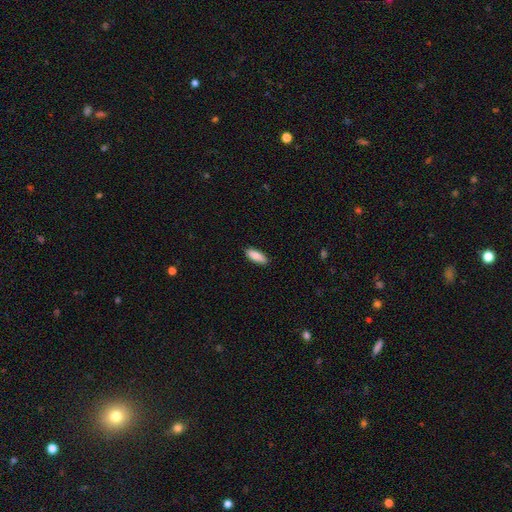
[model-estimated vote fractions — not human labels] A smooth galaxy with no disk features (84%) that is in between round and cigar-shaped (72%).

Vote fractions:
- Smooth or featured? smooth: 84% / featured or disk: 10% / star or artifact: 6%
- How rounded? in between: 72% / cigar-shaped: 26% / round: 2%
- Merging? none: 87% / minor disturbance: 10% / major disturbance: 2% / merger: 1%